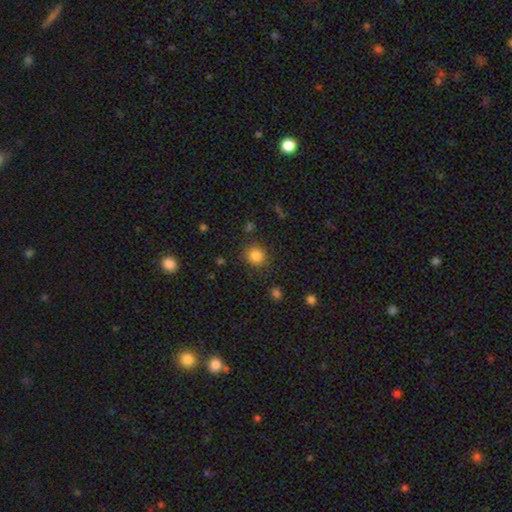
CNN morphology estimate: This appears to be a smooth galaxy with no disk features (83%) that is round (87%). Merging: none (85%).